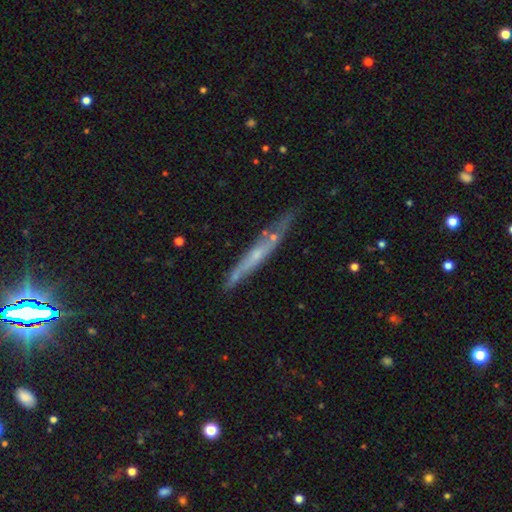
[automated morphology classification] This is possibly a featured or disk galaxy (59%). It is clearly viewed edge-on (87%). Edge-on bulge: possibly none (58%). Merging: likely none (74%).